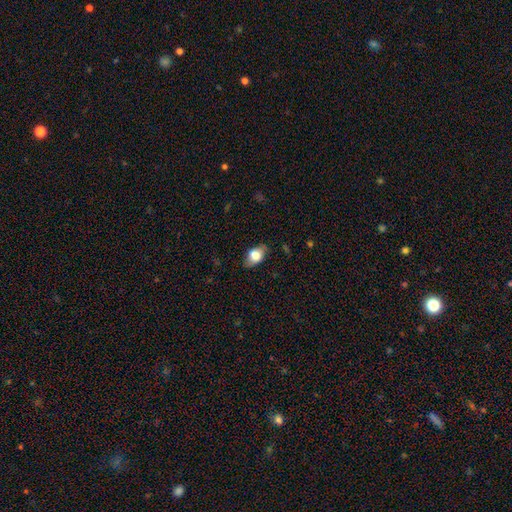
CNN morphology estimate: Smooth or featured? smooth (71%)
How rounded? in between (89%)
Merging? none (79%)